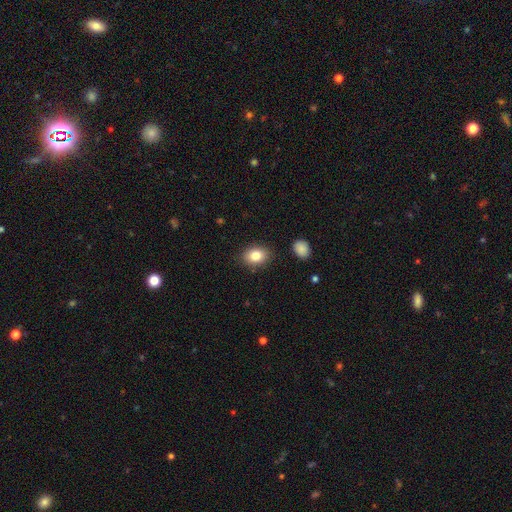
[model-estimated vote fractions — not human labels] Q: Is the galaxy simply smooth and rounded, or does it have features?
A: smooth — 84%.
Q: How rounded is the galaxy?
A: in between — 74%.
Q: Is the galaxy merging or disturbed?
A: none — 86%.